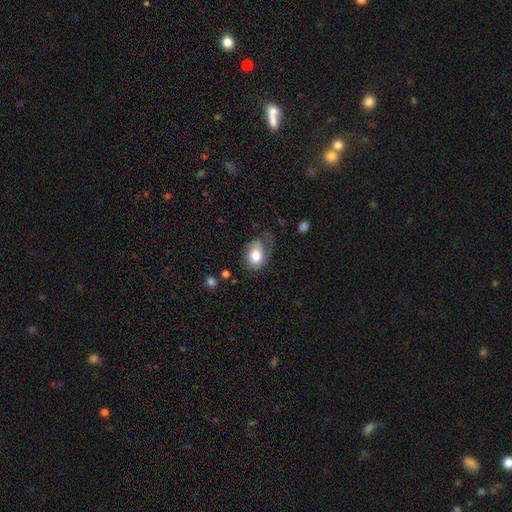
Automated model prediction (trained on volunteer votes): Smooth or featured? Predicted: smooth (p=0.73). How rounded? Predicted: in between (p=0.71). Merging? Predicted: none (p=0.37).